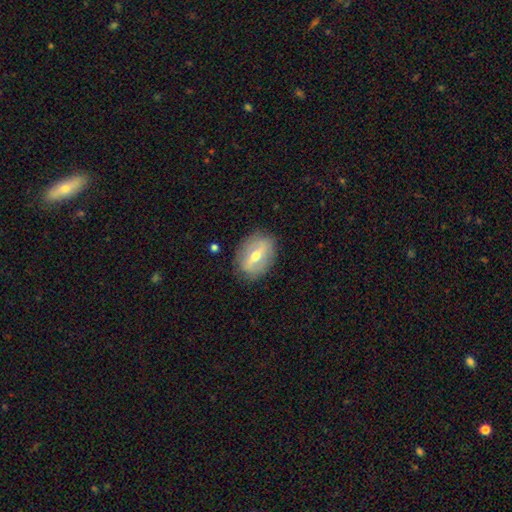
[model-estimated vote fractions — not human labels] The model was most divided on "bar": strong: 55%, weak: 31%, no: 14%. More confident: edge-on disk — no (85%); merging — none (84%); spiral arms — no (71%); bulge size — moderate (67%); smooth or featured — featured or disk (60%).